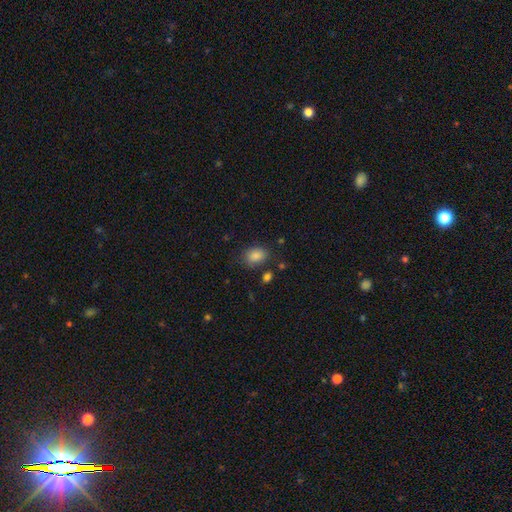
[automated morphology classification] smooth_or_featured: smooth (p=0.86) [alt: star or artifact p=0.09]
how_rounded: in between (p=0.72) [alt: round p=0.27]
merging: none (p=0.74) [alt: minor disturbance p=0.17]